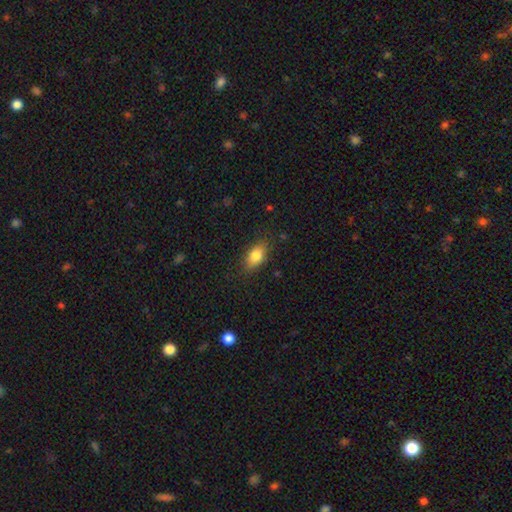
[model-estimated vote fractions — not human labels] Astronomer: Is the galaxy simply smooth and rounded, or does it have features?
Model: smooth — 80%.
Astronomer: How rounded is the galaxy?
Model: in between — 84%.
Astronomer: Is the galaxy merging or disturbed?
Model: none — 82%.